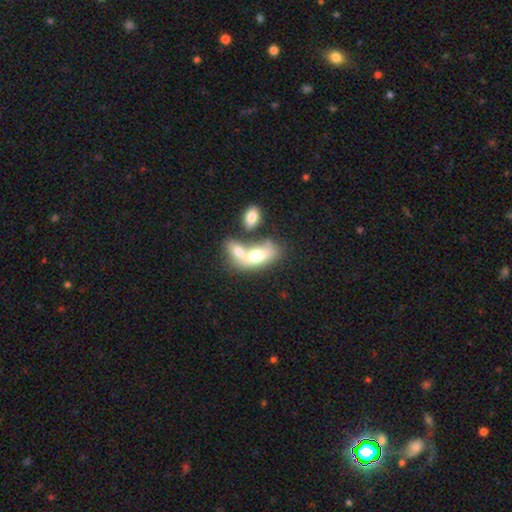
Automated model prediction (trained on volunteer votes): A smooth galaxy with no disk features (68%) that is in between round and cigar-shaped (84%). Merging: merger (62%).